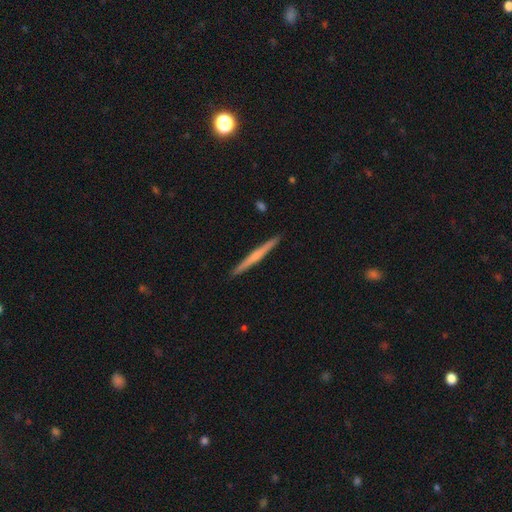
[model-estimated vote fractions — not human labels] This is possibly a featured or disk galaxy (54%). It is clearly viewed edge-on (98%). Edge-on bulge: possibly none (55%). Merging: clearly none (93%).